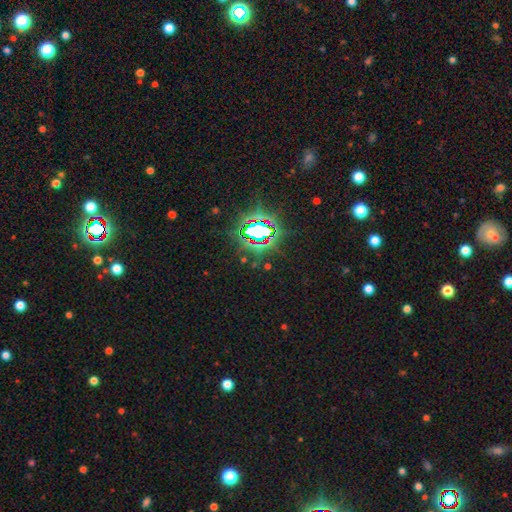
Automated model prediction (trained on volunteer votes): Morphology: type=star or artifact (83%).